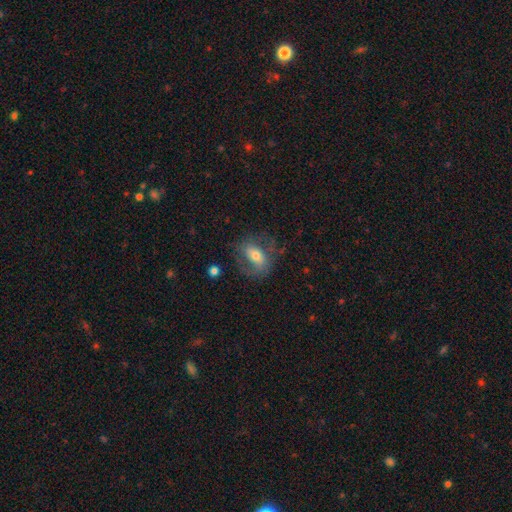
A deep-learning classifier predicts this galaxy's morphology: Smooth or featured? Predicted: featured or disk (p=0.48). Merging? Predicted: none (p=0.58).